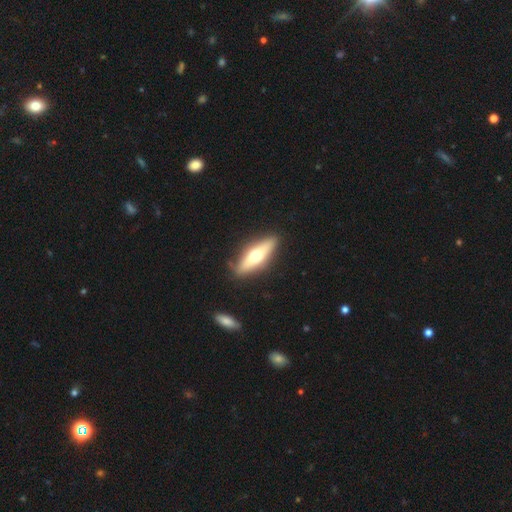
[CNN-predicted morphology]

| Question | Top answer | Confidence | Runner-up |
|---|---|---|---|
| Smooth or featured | smooth | 48% | featured or disk (47%) |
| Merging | none | 82% | minor disturbance (12%) |